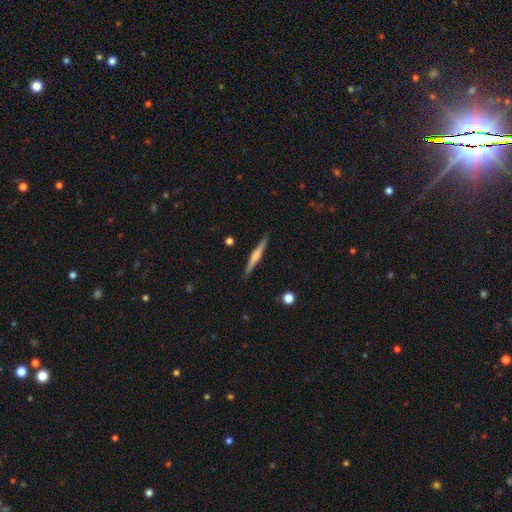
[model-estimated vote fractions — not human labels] Smooth or featured? featured or disk (59%)
Edge-on disk? yes (98%)
Edge-on bulge? rounded (59%)
Merging? none (91%)